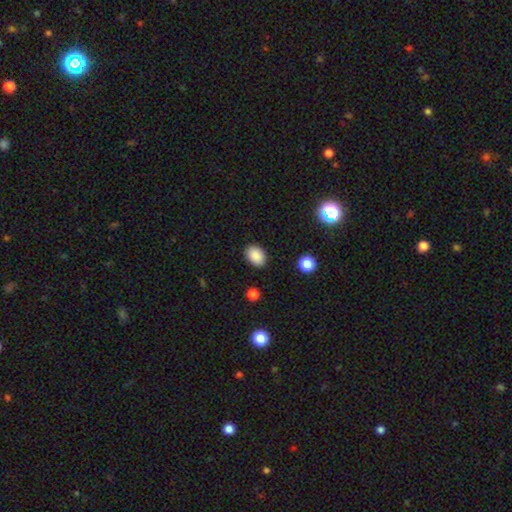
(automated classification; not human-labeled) smooth_or_featured: smooth (p=0.88) [alt: star or artifact p=0.09]
how_rounded: in between (p=0.79) [alt: round p=0.20]
merging: none (p=0.87) [alt: minor disturbance p=0.09]